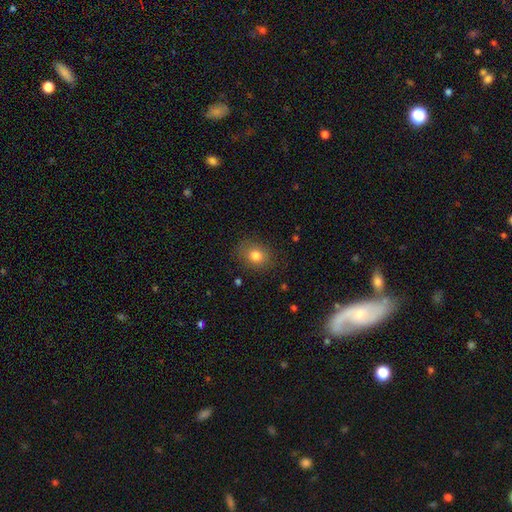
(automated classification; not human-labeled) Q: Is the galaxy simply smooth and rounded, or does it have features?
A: smooth — 80%.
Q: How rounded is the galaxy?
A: round — 52%.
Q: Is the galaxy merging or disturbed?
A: none — 81%.